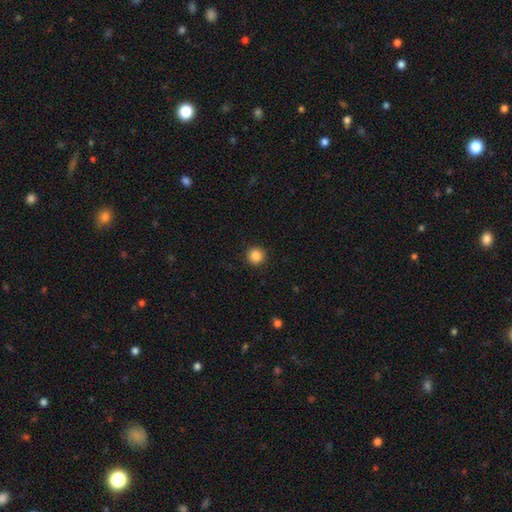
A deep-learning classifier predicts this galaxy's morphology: This is clearly a smooth galaxy (87%). How rounded: clearly round (95%). Merging: clearly none (92%).